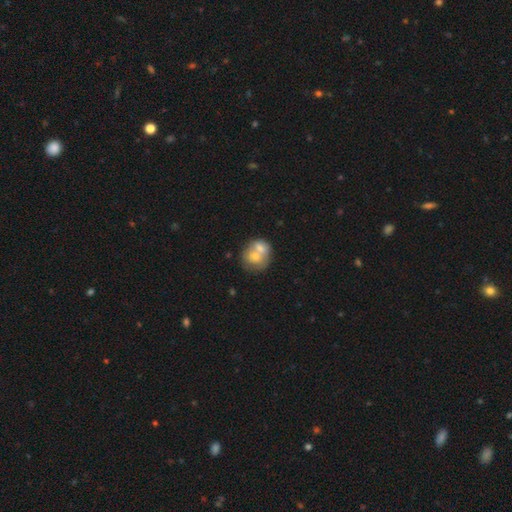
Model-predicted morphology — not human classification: Smooth or featured?
  - smooth: 64% *
  - featured or disk: 29%
  - star or artifact: 7%
How rounded?
  - round: 74% *
  - in between: 25%
  - cigar-shaped: 1%
Merging?
  - merger: 65% *
  - none: 24%
  - minor disturbance: 8%
  - major disturbance: 3%